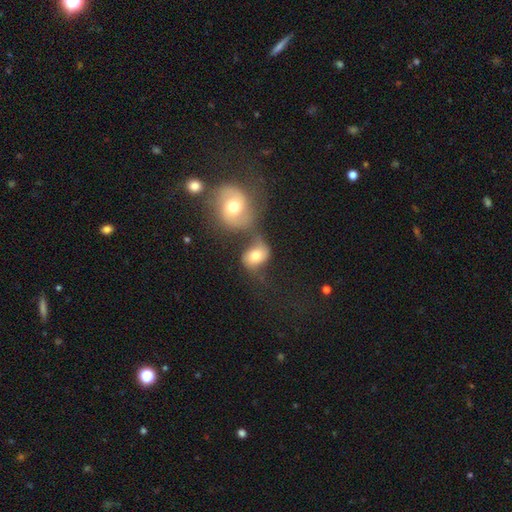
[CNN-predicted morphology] Smooth or featured? smooth (54%)
How rounded? in between (57%)
Merging? merger (49%)